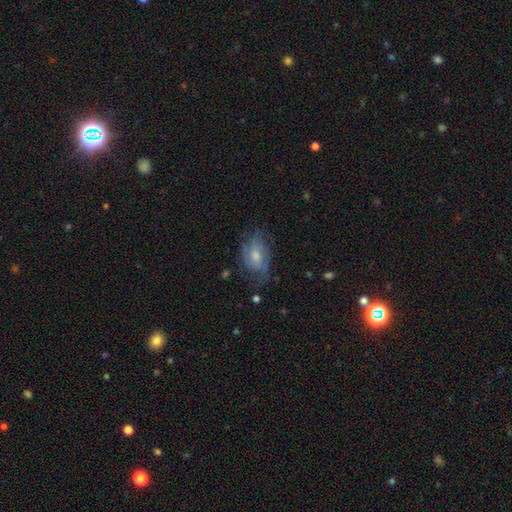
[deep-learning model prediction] smooth-or-featured: featured or disk: 56% | smooth: 36% | star or artifact: 8%
  disk-edge-on: no: 95% | yes: 5%
    bar: no: 66% | weak: 30% | strong: 5%
    has-spiral-arms: yes: 79% | no: 21%
    bulge-size: moderate: 56% | small: 29% | large: 9% | none: 5% | dominant: 1%
  merging: none: 55% | minor disturbance: 27% | major disturbance: 16% | merger: 2%